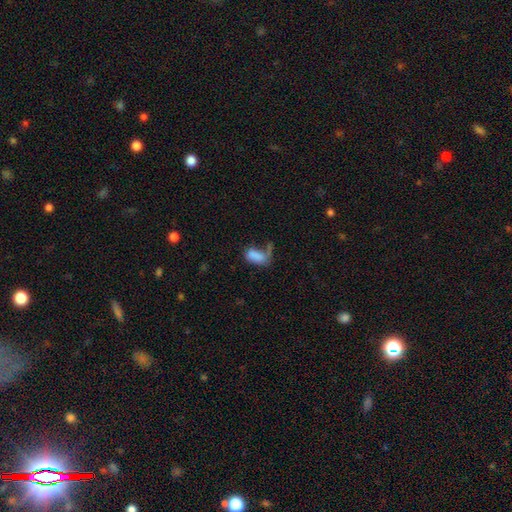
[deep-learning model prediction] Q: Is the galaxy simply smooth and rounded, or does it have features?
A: smooth — 75%.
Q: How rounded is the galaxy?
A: in between — 89%.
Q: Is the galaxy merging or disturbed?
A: major disturbance — 34%.